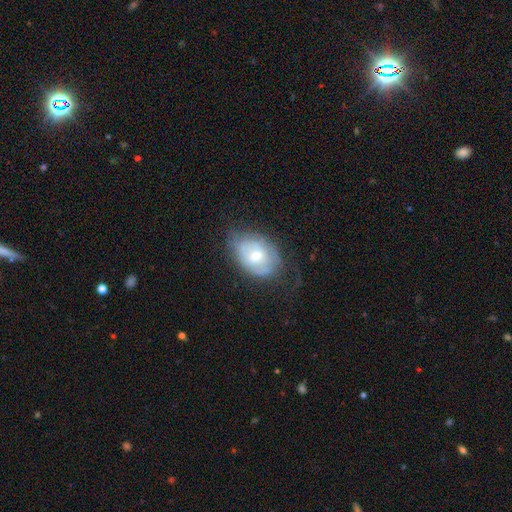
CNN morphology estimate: This is possibly a featured or disk galaxy (48%). Merging: possibly none (55%).